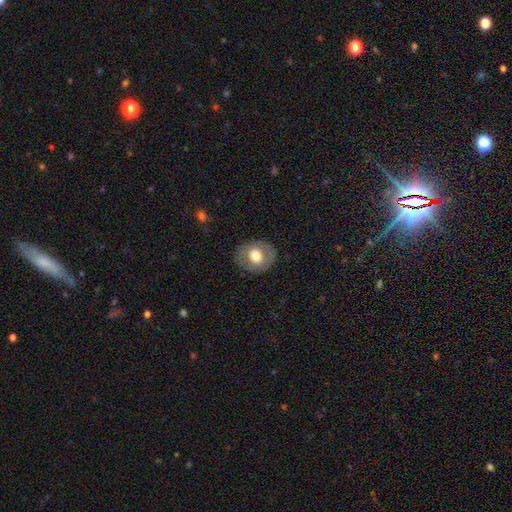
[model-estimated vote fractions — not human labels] smooth-or-featured: smooth: 60% | featured or disk: 33% | star or artifact: 7%
  how-rounded: round: 64% | in between: 35% | cigar-shaped: 1%
  merging: none: 83% | minor disturbance: 11% | major disturbance: 4% | merger: 1%